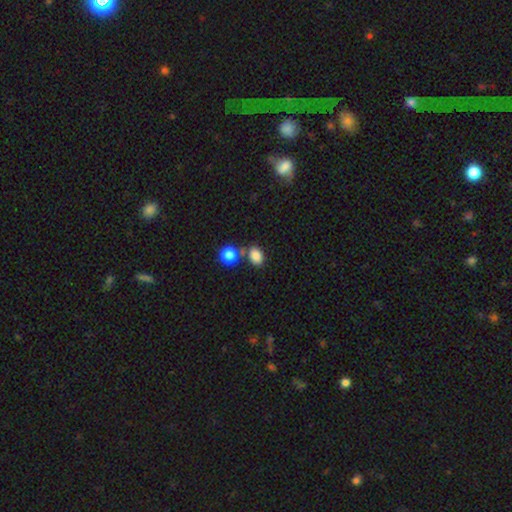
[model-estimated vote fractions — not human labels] The model was most divided on "merging": none: 63%, merger: 21%, minor disturbance: 12%, major disturbance: 4%. More confident: smooth or featured — smooth (85%); how rounded — in between (73%).